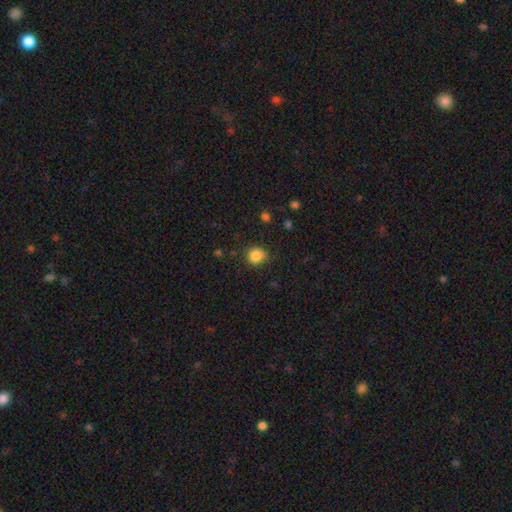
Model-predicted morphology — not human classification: Q: Smooth or featured?
A: smooth (85%); runner-up: star or artifact (11%)
Q: How rounded?
A: round (82%); runner-up: in between (18%)
Q: Merging?
A: none (82%); runner-up: minor disturbance (13%)